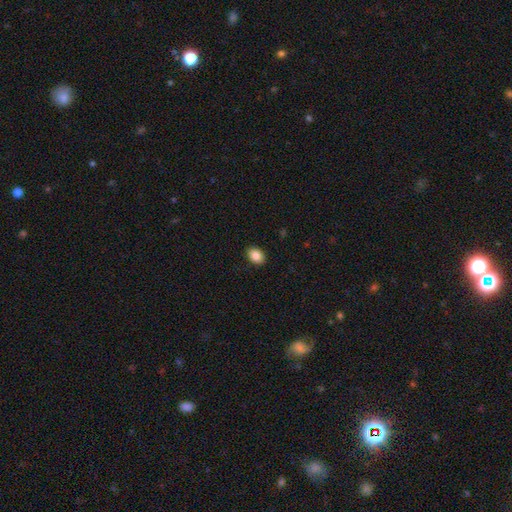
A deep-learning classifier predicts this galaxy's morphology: smooth-or-featured: smooth: 86% | star or artifact: 8% | featured or disk: 5%
  how-rounded: in between: 74% | round: 25% | cigar-shaped: 1%
  merging: none: 90% | minor disturbance: 7% | major disturbance: 2% | merger: 1%